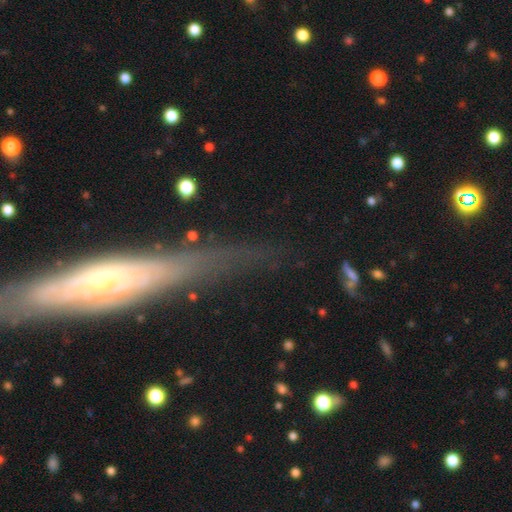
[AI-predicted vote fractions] Smooth or featured? featured or disk (64%)
Edge-on disk? yes (71%)
Merging? none (70%)